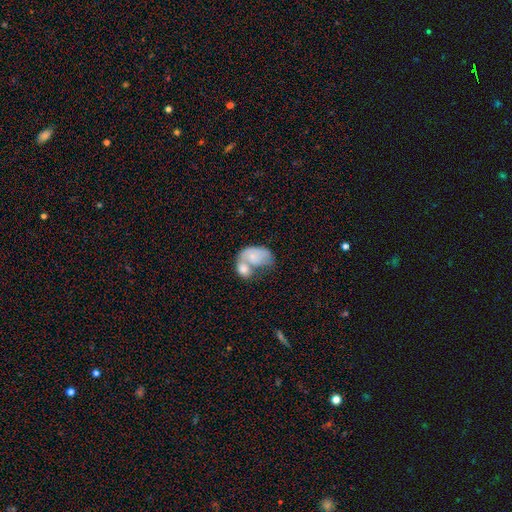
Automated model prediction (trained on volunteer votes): A smooth galaxy with no disk features (62%) that is in between round and cigar-shaped (84%). Merging: merger (67%).